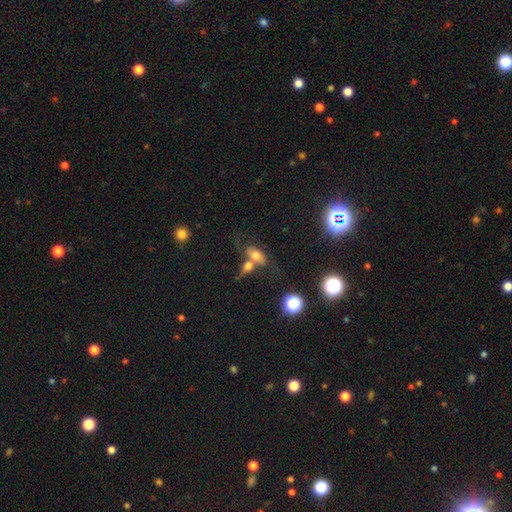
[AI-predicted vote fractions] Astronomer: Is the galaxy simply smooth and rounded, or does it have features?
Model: smooth — 65%.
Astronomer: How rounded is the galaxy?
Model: in between — 82%.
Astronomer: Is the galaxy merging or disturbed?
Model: merger — 46% (runner-up: none, 34%).